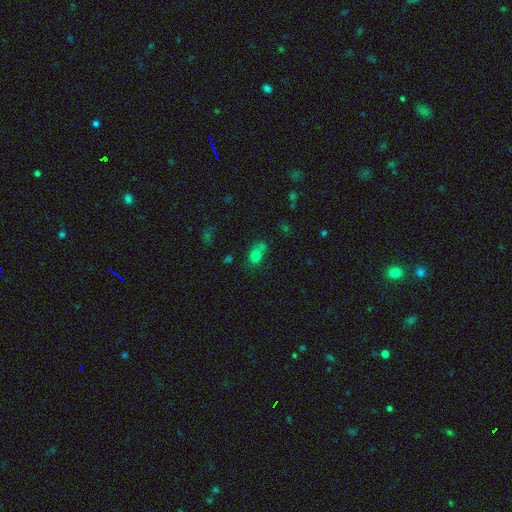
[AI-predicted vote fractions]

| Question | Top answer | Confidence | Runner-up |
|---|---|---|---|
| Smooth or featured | smooth | 74% | star or artifact (15%) |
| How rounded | round | 52% | in between (46%) |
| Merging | none | 44% | merger (29%) |